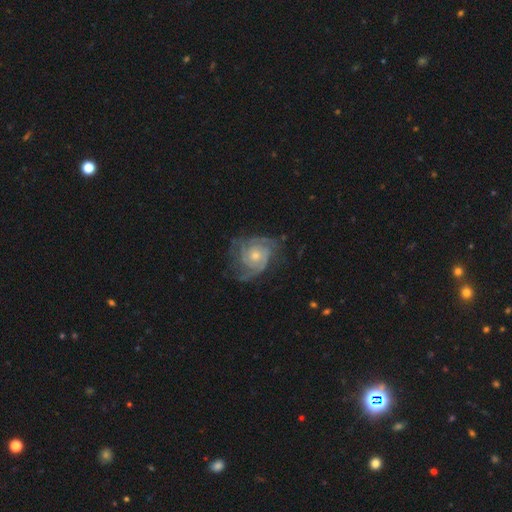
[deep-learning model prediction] smooth-or-featured: featured or disk: 86% | smooth: 9% | star or artifact: 5%
  disk-edge-on: no: 98% | yes: 2%
    bar: no: 78% | weak: 19% | strong: 3%
    has-spiral-arms: yes: 96% | no: 4%
      spiral-winding: tight: 62% | medium: 31% | loose: 8%
      spiral-arm-count: 2: 28% | 3: 26% | can't tell: 25% | 4: 10% | 1: 6% | more than 4: 5%
    bulge-size: moderate: 55% | small: 40% | large: 3% | none: 2% | dominant: 1%
  merging: none: 62% | minor disturbance: 22% | major disturbance: 14% | merger: 1%